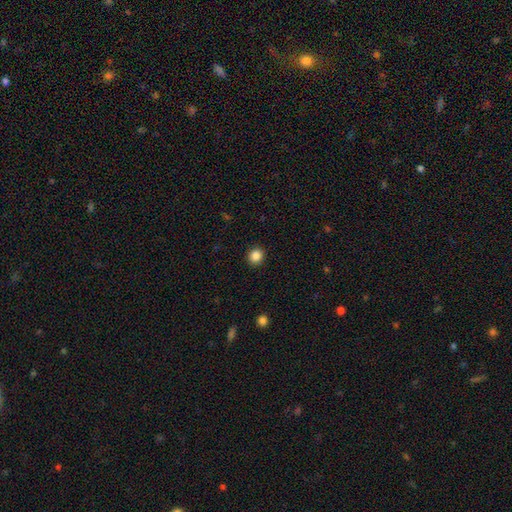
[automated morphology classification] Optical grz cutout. It shows a smooth galaxy with no disk features (86%) that is round (87%). Merging: none (92%).